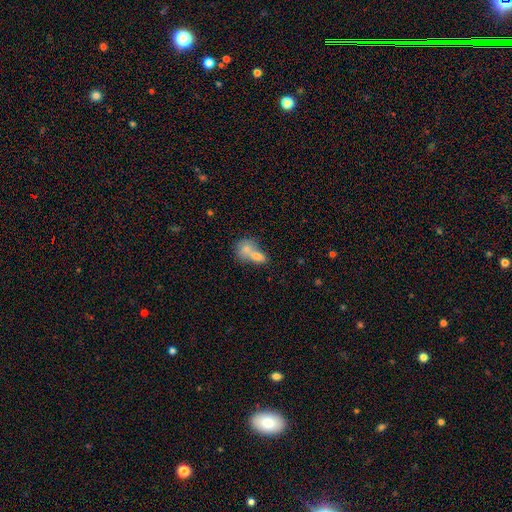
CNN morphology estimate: Q: Smooth or featured?
A: smooth (70%); runner-up: featured or disk (20%)
Q: How rounded?
A: in between (65%); runner-up: round (30%)
Q: Merging?
A: merger (69%); runner-up: none (20%)